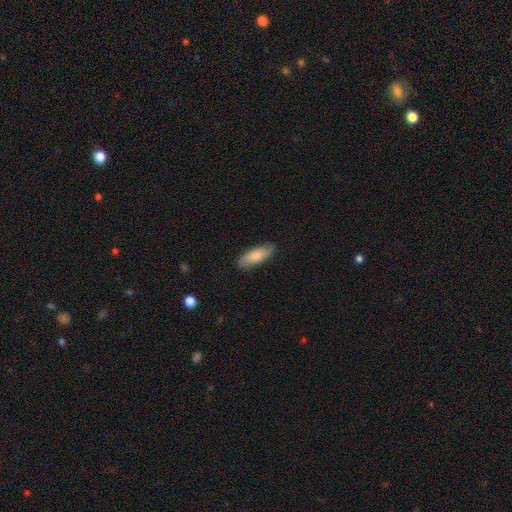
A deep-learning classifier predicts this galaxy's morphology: This is likely a smooth galaxy (77%). How rounded: likely in between (68%). Merging: clearly none (83%).